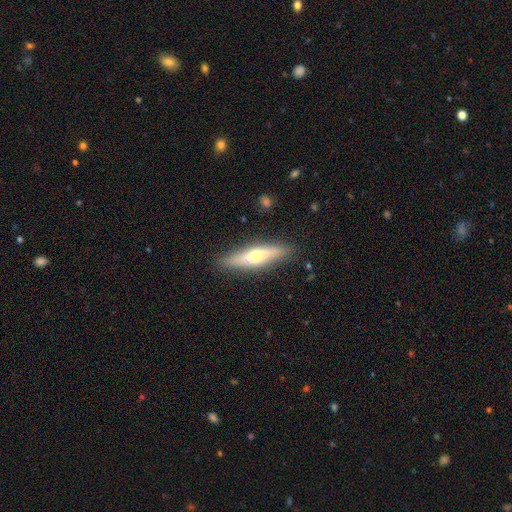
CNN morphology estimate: featured or disk 51%, smooth 43%, star or artifact 6%. Down the decision tree: edge-on disk — yes (89%); merging — none (88%).